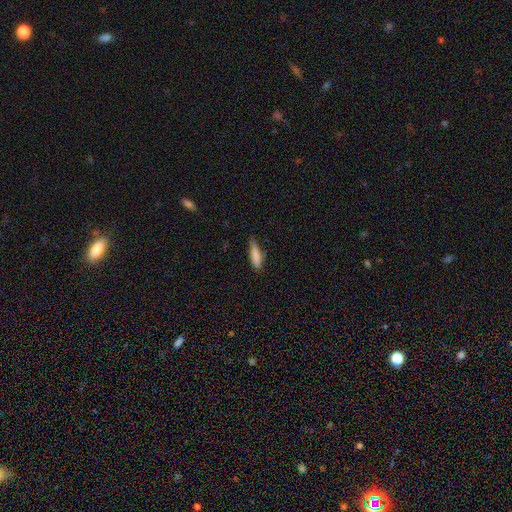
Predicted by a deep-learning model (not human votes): Smooth or featured? smooth (84%)
How rounded? cigar-shaped (57%)
Merging? none (61%)